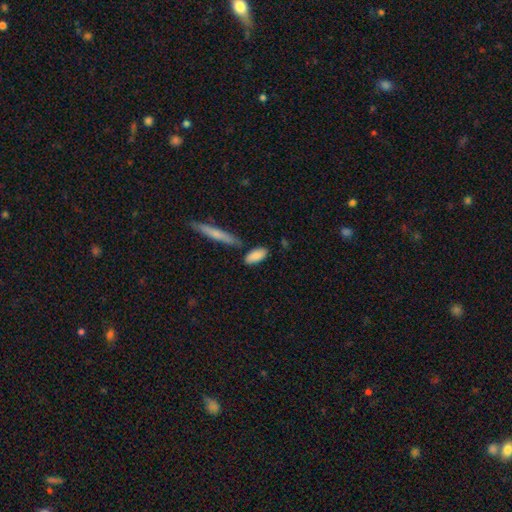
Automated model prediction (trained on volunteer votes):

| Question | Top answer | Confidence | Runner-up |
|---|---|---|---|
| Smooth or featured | smooth | 84% | featured or disk (9%) |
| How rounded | in between | 80% | cigar-shaped (18%) |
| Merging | none | 72% | minor disturbance (16%) |